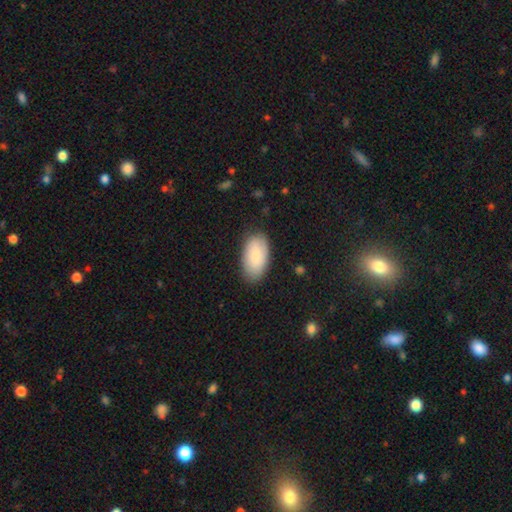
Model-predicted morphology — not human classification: Smooth or featured? Predicted: smooth (p=0.82). How rounded? Predicted: in between (p=0.95). Merging? Predicted: none (p=0.83).